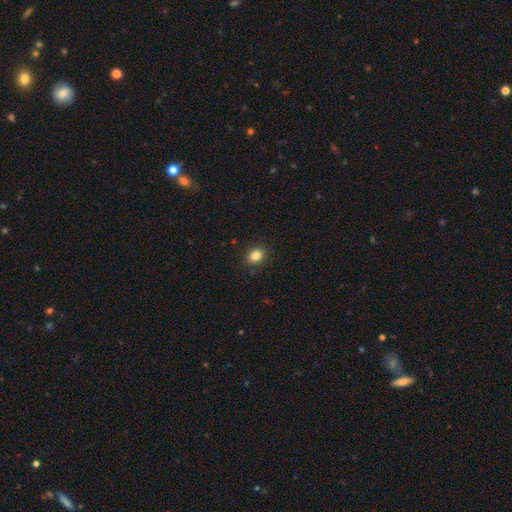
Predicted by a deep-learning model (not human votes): This is clearly a smooth galaxy (84%). How rounded: possibly round (59%). Merging: clearly none (88%).